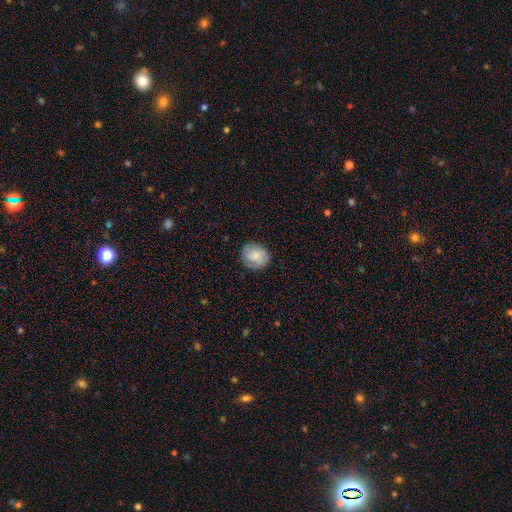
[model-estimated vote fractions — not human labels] Smooth or featured? Predicted: smooth (p=0.76). How rounded? Predicted: round (p=0.64). Merging? Predicted: none (p=0.81).